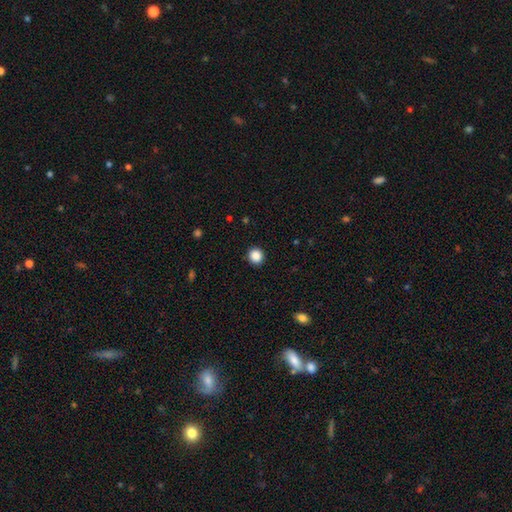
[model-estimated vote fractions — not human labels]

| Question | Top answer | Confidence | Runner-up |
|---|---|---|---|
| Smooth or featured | smooth | 87% | star or artifact (10%) |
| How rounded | round | 88% | in between (11%) |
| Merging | none | 91% | minor disturbance (6%) |